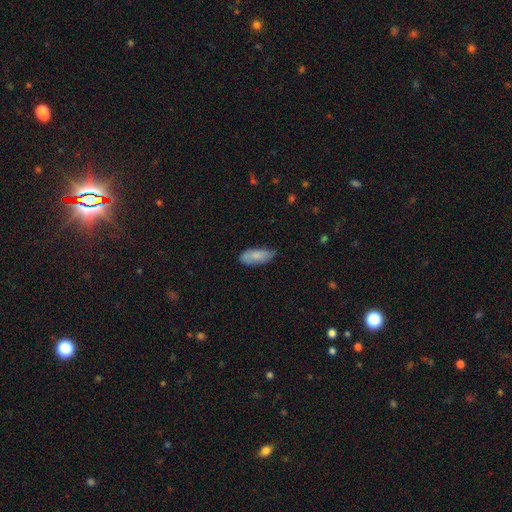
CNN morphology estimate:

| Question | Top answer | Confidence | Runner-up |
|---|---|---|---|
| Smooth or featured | smooth | 78% | featured or disk (16%) |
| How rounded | in between | 83% | cigar-shaped (15%) |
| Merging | none | 63% | minor disturbance (30%) |